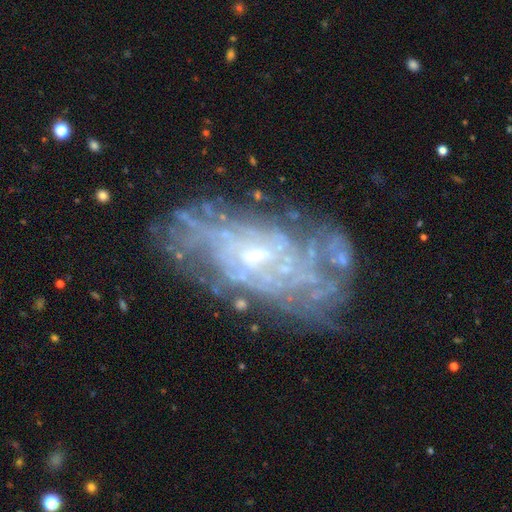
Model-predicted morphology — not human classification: Q: Smooth or featured?
A: featured or disk (83%); runner-up: smooth (9%)
Q: Edge-on disk?
A: no (93%); runner-up: yes (7%)
Q: Bar?
A: weak (45%); runner-up: no (44%)
Q: Spiral arms?
A: yes (86%); runner-up: no (14%)
Q: Spiral winding?
A: tight (63%); runner-up: medium (27%)
Q: Spiral arm count?
A: can't tell (56%); runner-up: 4 (11%)
Q: Bulge size?
A: small (58%); runner-up: moderate (32%)
Q: Merging?
A: none (69%); runner-up: minor disturbance (18%)